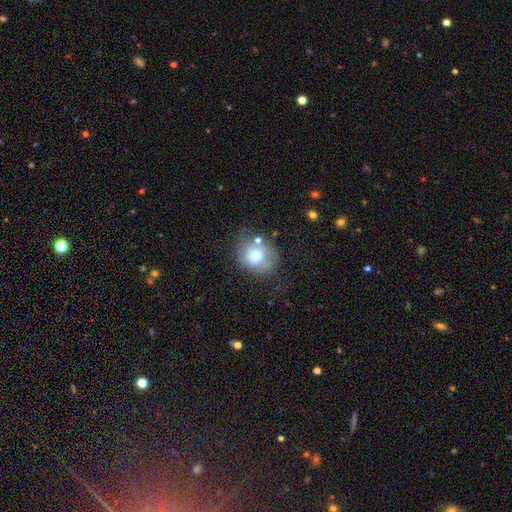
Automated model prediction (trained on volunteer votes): smooth 66%, featured or disk 23%, star or artifact 11%. Down the decision tree: how rounded — round (69%); merging — none (53%).